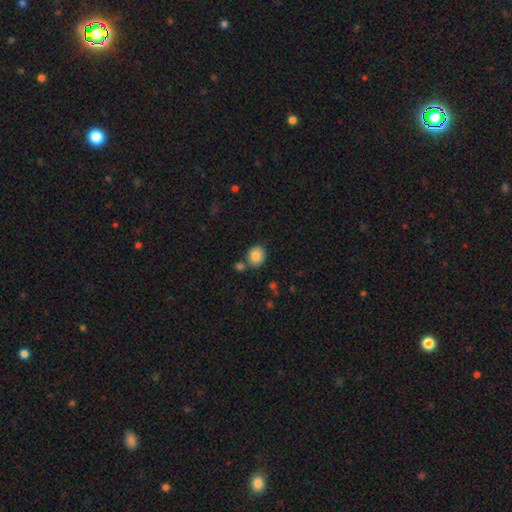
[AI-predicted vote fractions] smooth 85%, star or artifact 9%, featured or disk 7%. Down the decision tree: how rounded — round (73%); merging — none (71%).